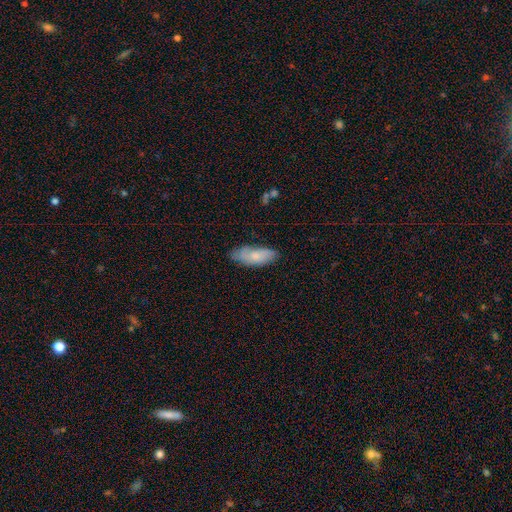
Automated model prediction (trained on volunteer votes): smooth_or_featured: smooth (p=0.73) [alt: featured or disk p=0.21]
how_rounded: in between (p=0.75) [alt: cigar-shaped p=0.23]
merging: none (p=0.70) [alt: minor disturbance p=0.23]